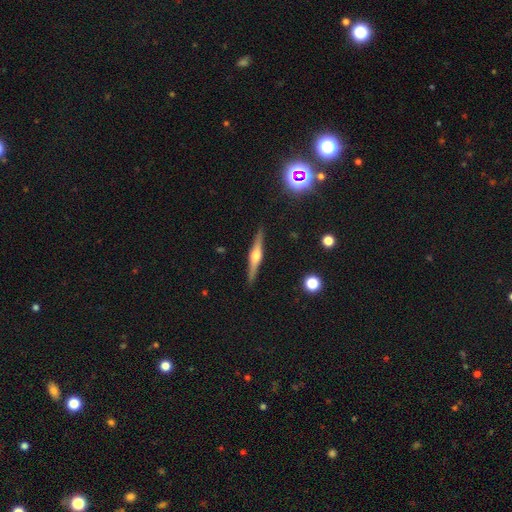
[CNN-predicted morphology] A featured or disk galaxy (77%) viewed edge-on (98%) with a rounded central bulge (89%). Merging: none (91%).